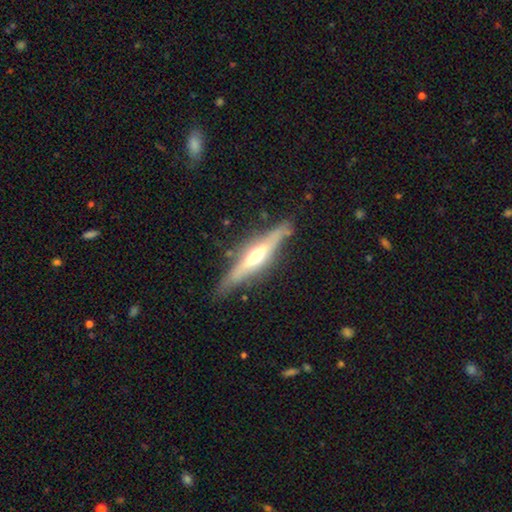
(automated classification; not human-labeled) This appears to be a featured or disk galaxy (70%) viewed edge-on (93%) with a rounded central bulge (81%). Merging: none (81%).